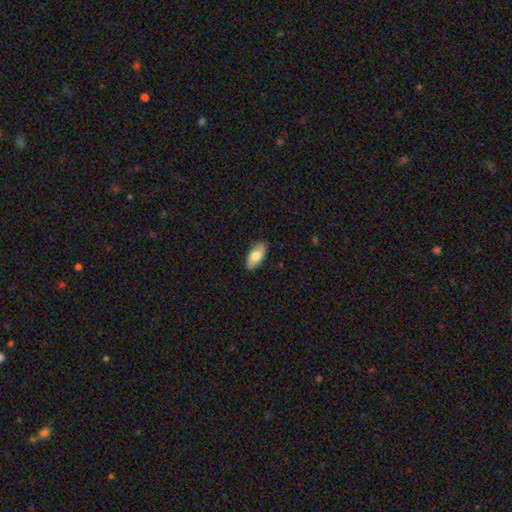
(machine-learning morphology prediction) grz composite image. It shows a smooth galaxy with no disk features (76%) that is in between round and cigar-shaped (92%). Merging: none (87%).